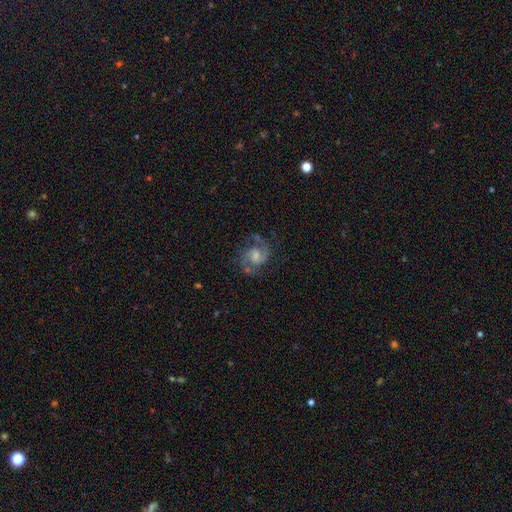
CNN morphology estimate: Smooth or featured: featured or disk — 85% (smooth — 9%)
Edge-on disk: no — 98% (yes — 2%)
Bar: no — 47% (weak — 44%)
Spiral arms: yes — 97% (no — 3%)
Spiral winding: medium — 59% (tight — 22%)
Spiral arm count: 2 — 90% (can't tell — 3%)
Bulge size: moderate — 40% (small — 37%)
Merging: none — 70% (minor disturbance — 17%)